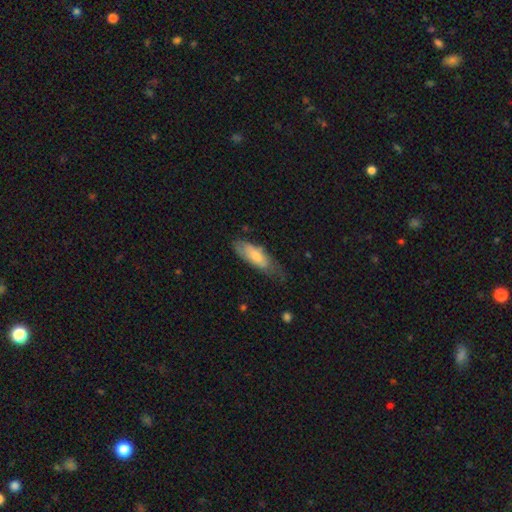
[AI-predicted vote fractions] Overall: smooth (65%; featured or disk 29%). How rounded: in between (67%; cigar-shaped 31%). Merging: none (47%; minor disturbance 36%).